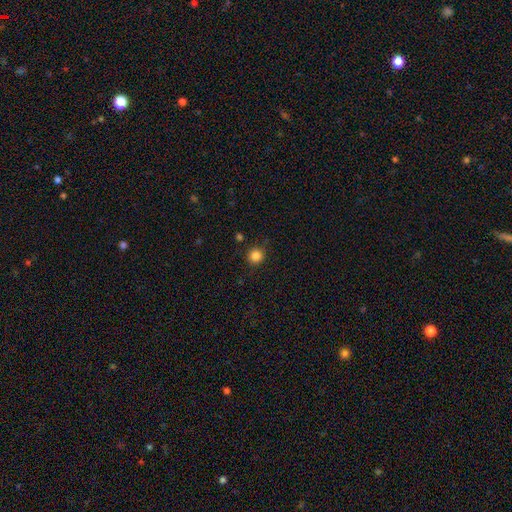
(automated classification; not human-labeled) The model was most divided on "smooth or featured": smooth: 84%, star or artifact: 12%, featured or disk: 4%. More confident: how rounded — round (93%); merging — none (88%).